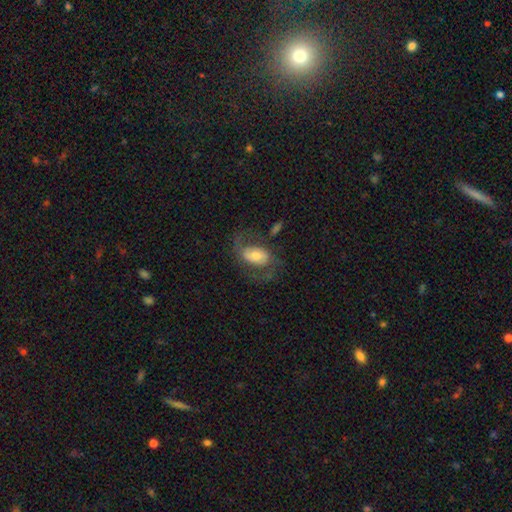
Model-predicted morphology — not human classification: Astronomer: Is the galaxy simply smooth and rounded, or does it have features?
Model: featured or disk — 61%.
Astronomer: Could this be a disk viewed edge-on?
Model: no — 95%.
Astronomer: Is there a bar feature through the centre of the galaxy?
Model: no — 46% (runner-up: weak, 35%).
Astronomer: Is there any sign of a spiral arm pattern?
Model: yes — 80%.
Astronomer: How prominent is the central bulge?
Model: moderate — 53%.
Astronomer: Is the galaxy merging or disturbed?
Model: none — 56%.